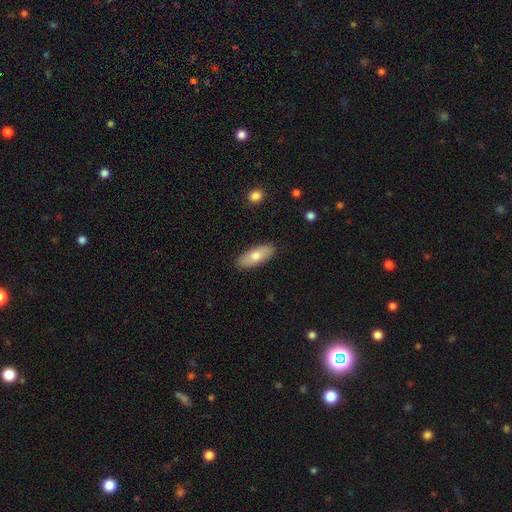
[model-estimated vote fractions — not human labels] smooth 73%, featured or disk 21%, star or artifact 6%. Down the decision tree: how rounded — in between (75%); merging — none (88%).